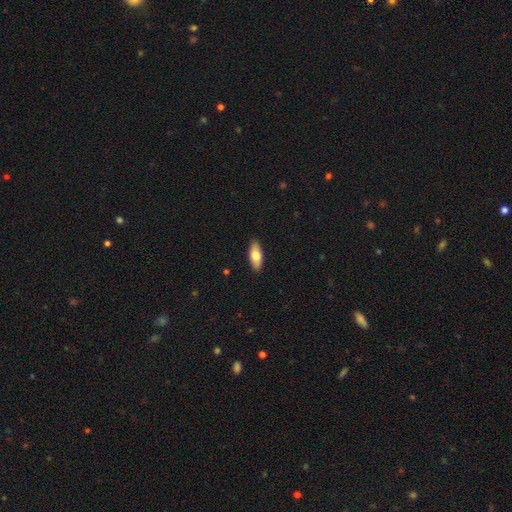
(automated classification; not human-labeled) The model was most divided on "smooth or featured": smooth: 74%, featured or disk: 20%, star or artifact: 6%. More confident: merging — none (90%); how rounded — in between (78%).